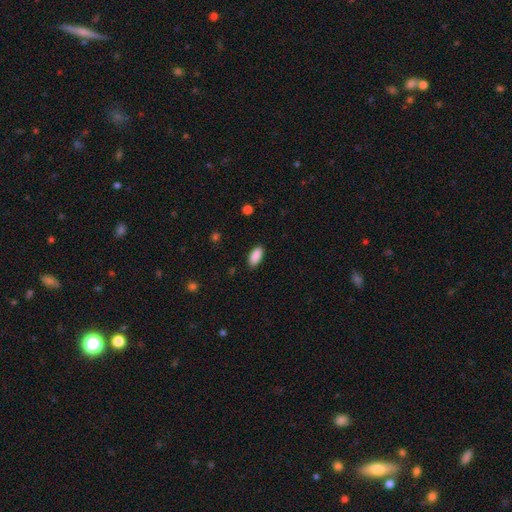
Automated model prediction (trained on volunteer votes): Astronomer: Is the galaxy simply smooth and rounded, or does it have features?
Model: smooth — 90%.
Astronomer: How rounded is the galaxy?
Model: in between — 90%.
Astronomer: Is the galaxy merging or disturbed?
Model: none — 88%.